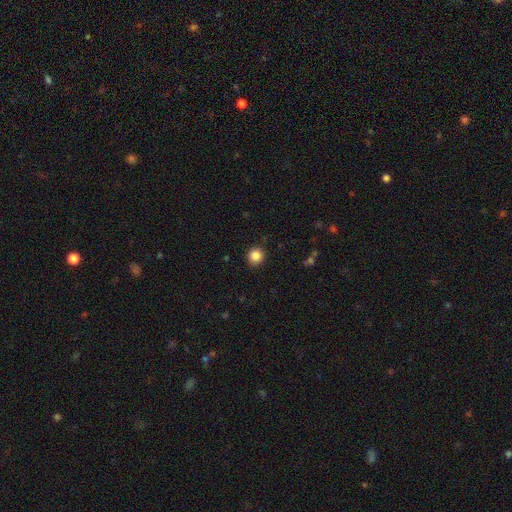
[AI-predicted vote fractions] Q: Smooth or featured?
A: smooth (85%); runner-up: star or artifact (11%)
Q: How rounded?
A: round (91%); runner-up: in between (8%)
Q: Merging?
A: none (91%); runner-up: minor disturbance (6%)